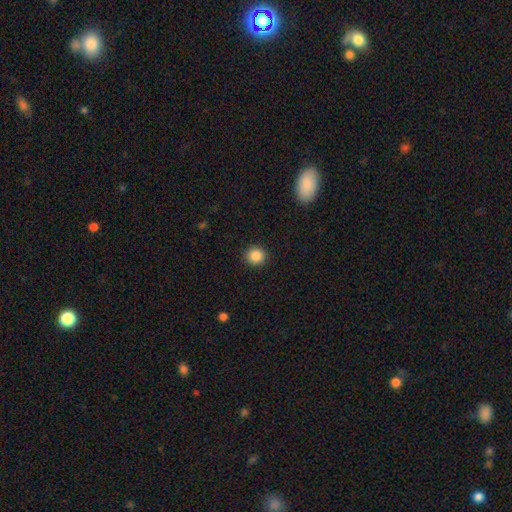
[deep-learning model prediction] This appears to be a smooth galaxy with no disk features (87%) that is round (92%). Merging: none (91%).